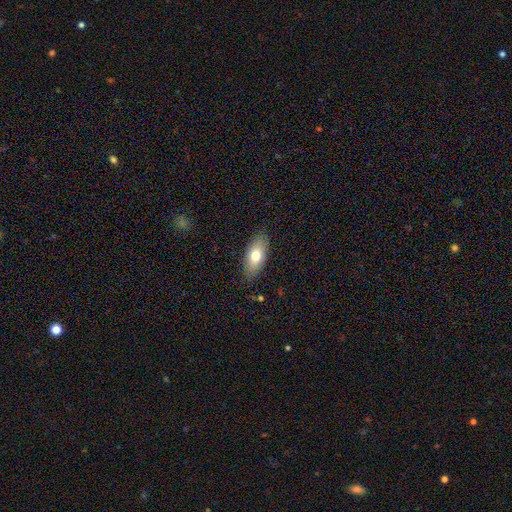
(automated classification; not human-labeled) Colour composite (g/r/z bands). It shows a smooth galaxy with no disk features (74%) that is in between round and cigar-shaped (86%). Merging: none (86%).